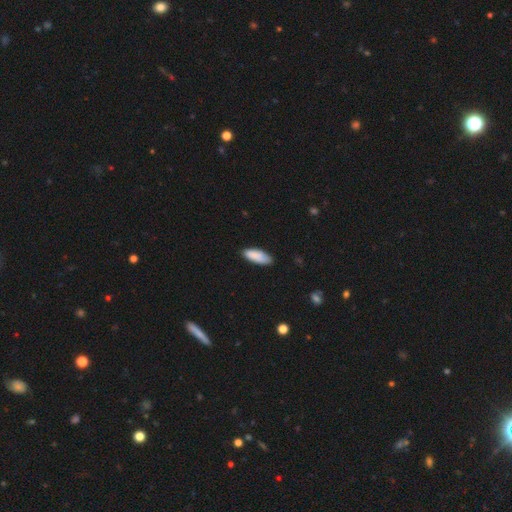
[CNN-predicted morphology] Q: Smooth or featured?
A: smooth (89%); runner-up: star or artifact (6%)
Q: How rounded?
A: in between (72%); runner-up: cigar-shaped (27%)
Q: Merging?
A: none (82%); runner-up: minor disturbance (14%)